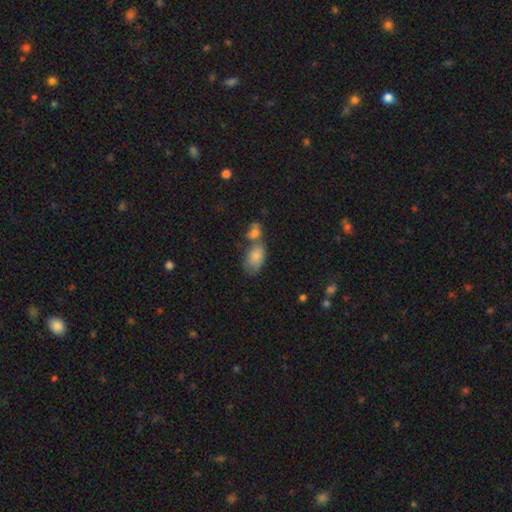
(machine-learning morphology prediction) Q: Smooth or featured?
A: smooth (79%); runner-up: star or artifact (10%)
Q: How rounded?
A: in between (90%); runner-up: round (8%)
Q: Merging?
A: none (43%); runner-up: merger (36%)